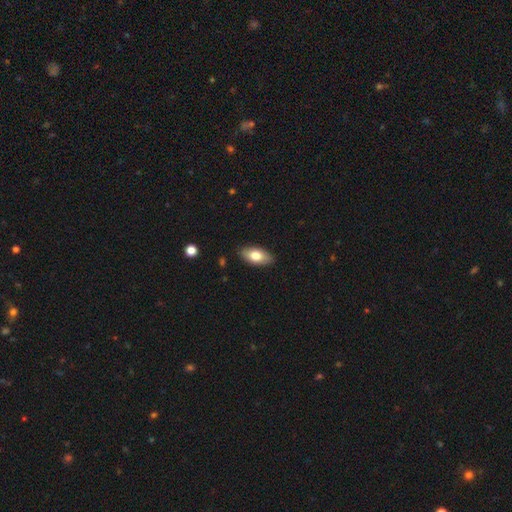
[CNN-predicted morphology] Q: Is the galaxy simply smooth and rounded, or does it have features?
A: smooth — 75%.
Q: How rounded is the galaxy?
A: in between — 91%.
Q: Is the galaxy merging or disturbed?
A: none — 87%.